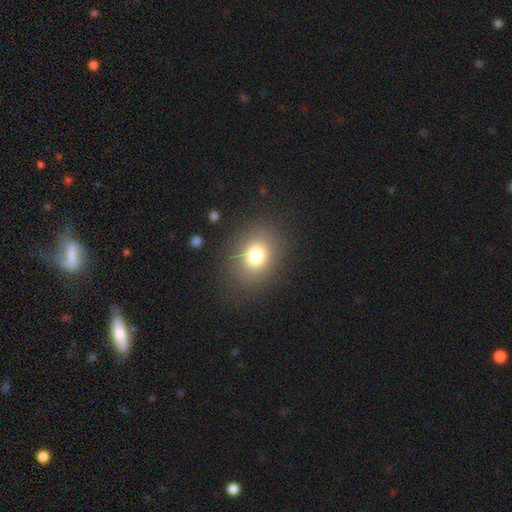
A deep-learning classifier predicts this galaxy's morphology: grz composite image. It shows a smooth galaxy with no disk features (77%) that is round (54%). Merging: none (85%).